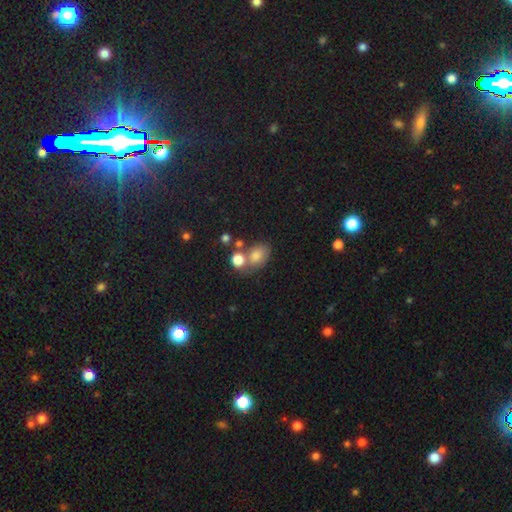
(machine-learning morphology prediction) Smooth or featured? Predicted: smooth (p=0.76). How rounded? Predicted: in between (p=0.66). Merging? Predicted: none (p=0.47).